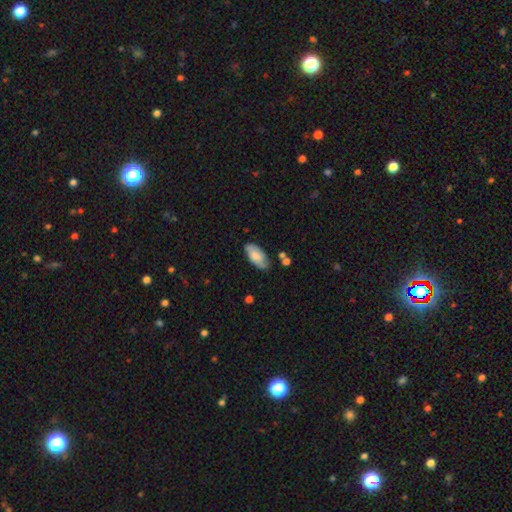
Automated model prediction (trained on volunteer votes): Morphology: type=smooth (64%); roundness=in between (91%); merging=none (74%).